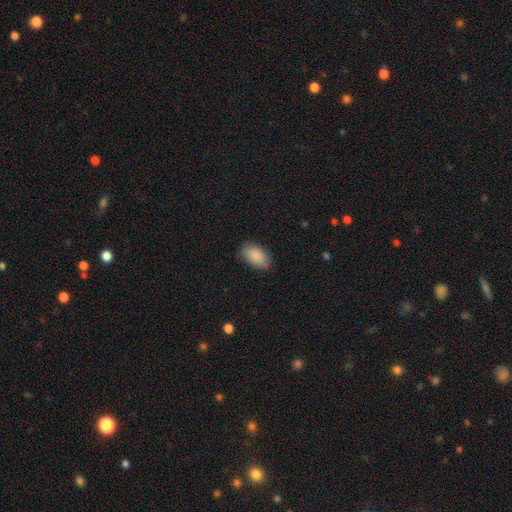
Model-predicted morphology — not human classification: smooth-or-featured: smooth: 89% | star or artifact: 6% | featured or disk: 4%
  how-rounded: in between: 93% | round: 5% | cigar-shaped: 2%
  merging: none: 81% | minor disturbance: 15% | major disturbance: 3% | merger: 1%